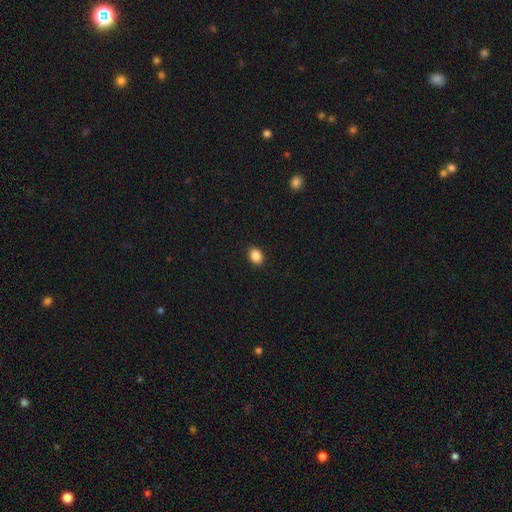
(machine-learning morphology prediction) This is clearly a smooth galaxy (88%). How rounded: likely in between (73%). Merging: clearly none (90%).